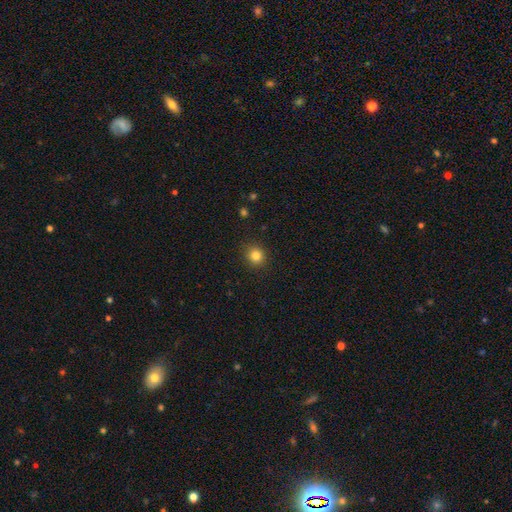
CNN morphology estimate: This appears to be a smooth galaxy with no disk features (82%) that is round (88%). Merging: none (90%).